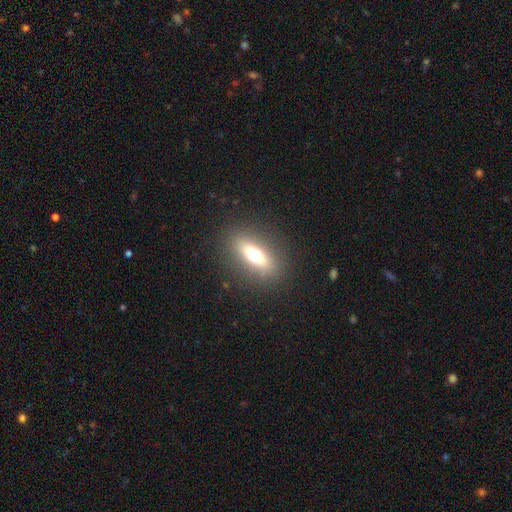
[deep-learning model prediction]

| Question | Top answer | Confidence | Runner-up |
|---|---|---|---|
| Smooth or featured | smooth | 48% | featured or disk (40%) |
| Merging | none | 88% | minor disturbance (8%) |